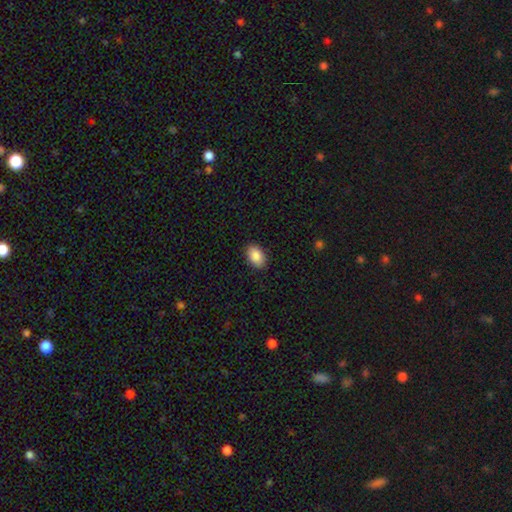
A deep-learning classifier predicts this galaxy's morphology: smooth 89%, star or artifact 7%, featured or disk 4%. Down the decision tree: how rounded — in between (88%); merging — none (89%).